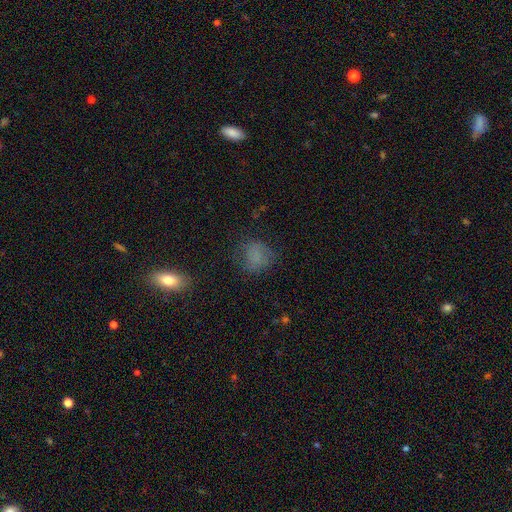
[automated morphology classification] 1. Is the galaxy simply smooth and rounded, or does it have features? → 72% smooth, 15% star or artifact, 12% featured or disk.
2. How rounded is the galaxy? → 71% round, 27% in between, 1% cigar-shaped.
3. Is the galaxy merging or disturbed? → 65% none, 21% minor disturbance, 12% major disturbance, 2% merger.